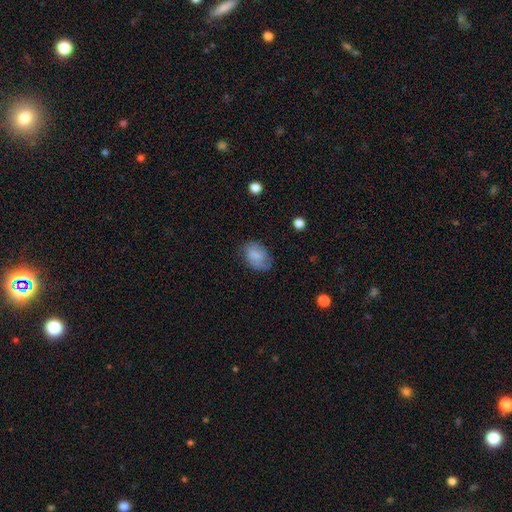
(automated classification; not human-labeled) Q: Smooth or featured?
A: smooth (70%); runner-up: featured or disk (21%)
Q: How rounded?
A: in between (79%); runner-up: round (20%)
Q: Merging?
A: none (62%); runner-up: minor disturbance (26%)